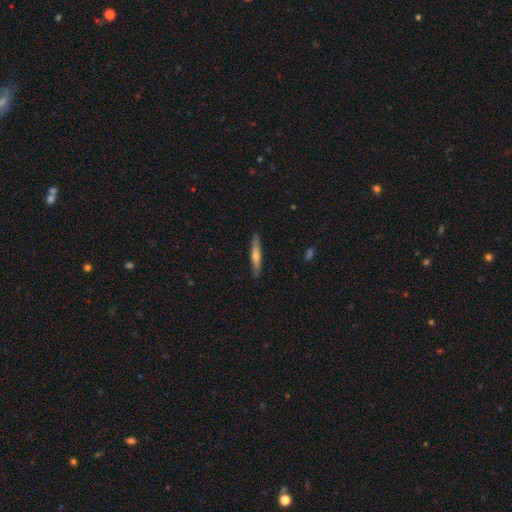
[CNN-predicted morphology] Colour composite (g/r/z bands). It shows a featured or disk galaxy (56%) viewed edge-on (95%) with a rounded central bulge (76%). Merging: none (89%).